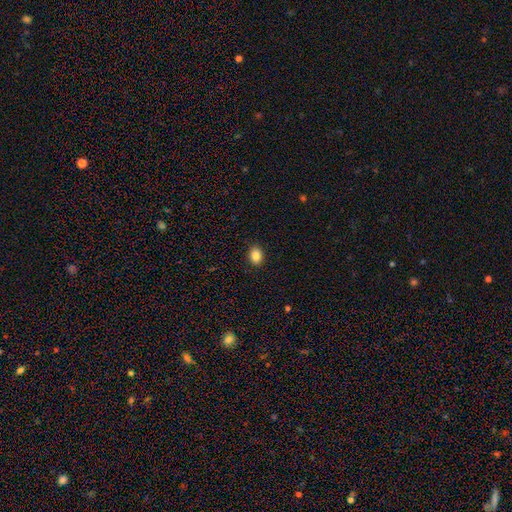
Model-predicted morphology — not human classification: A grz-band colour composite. It shows a smooth galaxy with no disk features (86%) that is in between round and cigar-shaped (61%). Merging: none (90%).